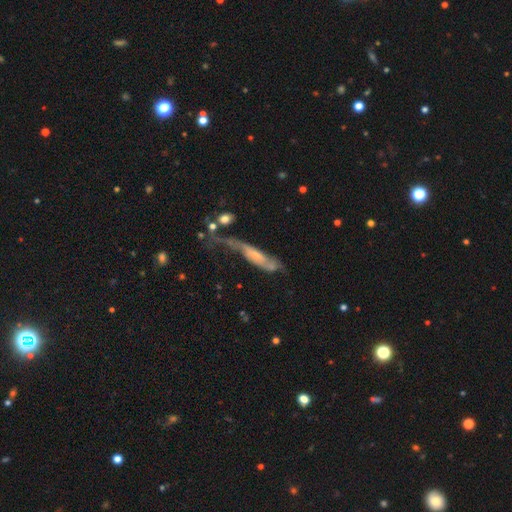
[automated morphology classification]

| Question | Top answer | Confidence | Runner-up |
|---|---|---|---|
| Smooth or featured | featured or disk | 62% | smooth (31%) |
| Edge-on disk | no | 63% | yes (37%) |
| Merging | major disturbance | 41% | none (24%) |